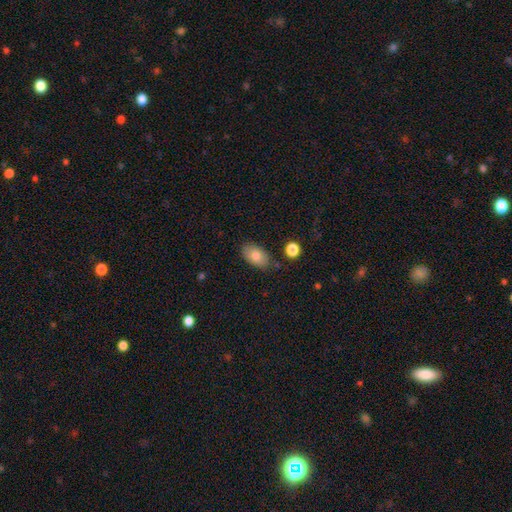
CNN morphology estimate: Smooth or featured? smooth (80%)
How rounded? in between (91%)
Merging? none (79%)